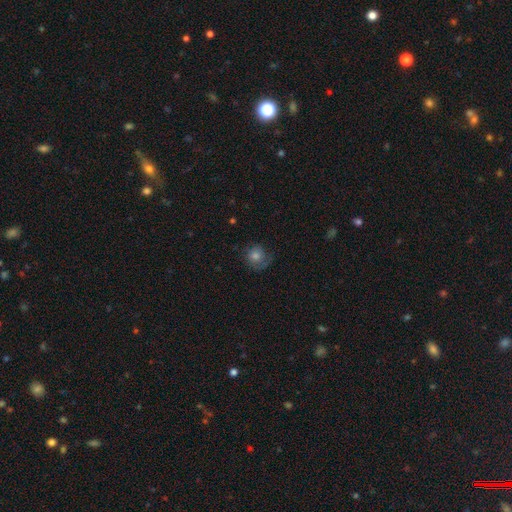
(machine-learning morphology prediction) Smooth or featured? smooth (60%)
How rounded? round (86%)
Merging? none (64%)